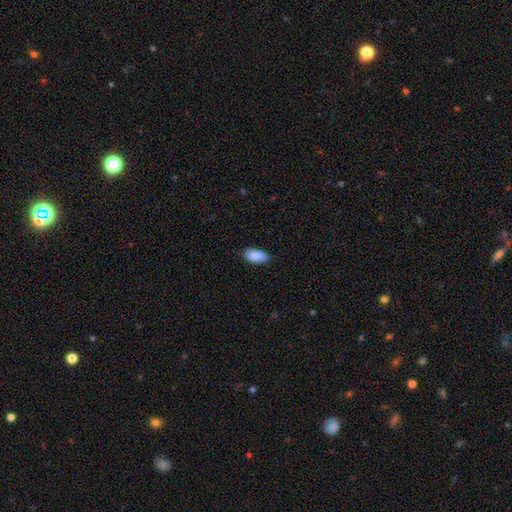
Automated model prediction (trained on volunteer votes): smooth-or-featured: smooth: 90% | star or artifact: 6% | featured or disk: 4%
  how-rounded: in between: 92% | cigar-shaped: 6% | round: 2%
  merging: none: 82% | minor disturbance: 15% | major disturbance: 2% | merger: 1%